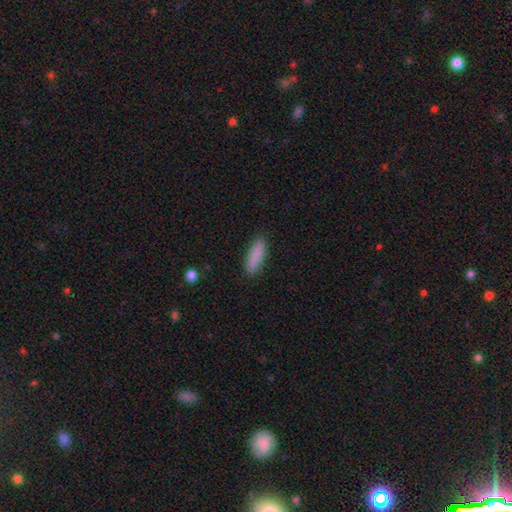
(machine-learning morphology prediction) type=smooth (88%); roundness=in between (49%, tied with cigar-shaped); merging=none (88%).